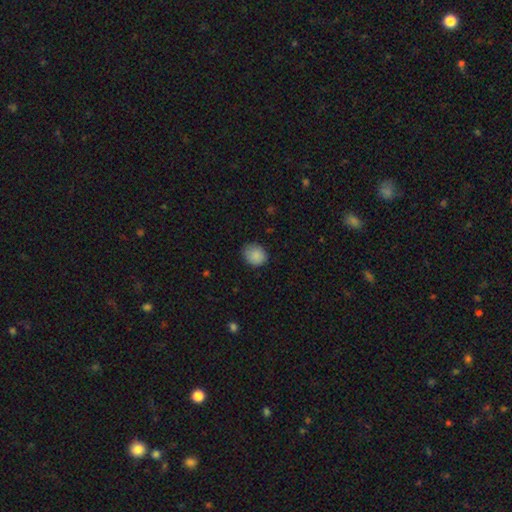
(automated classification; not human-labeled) A smooth galaxy with no disk features (88%) that is round (61%).

Vote fractions:
- Smooth or featured? smooth: 88% / star or artifact: 8% / featured or disk: 4%
- How rounded? round: 61% / in between: 38% / cigar-shaped: 1%
- Merging? none: 78% / minor disturbance: 18% / major disturbance: 3% / merger: 1%